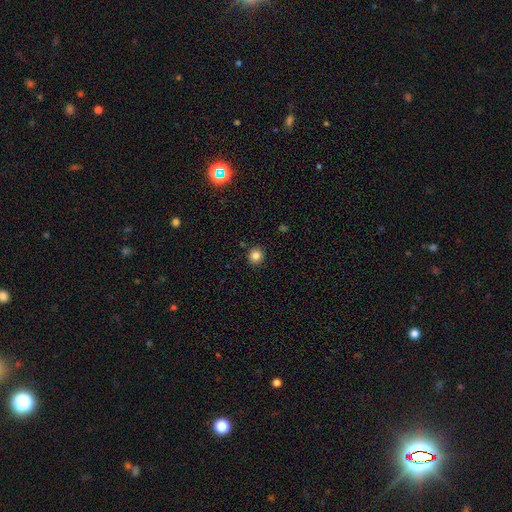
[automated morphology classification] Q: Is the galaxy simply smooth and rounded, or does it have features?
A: smooth — 83%.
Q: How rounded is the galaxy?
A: round — 89%.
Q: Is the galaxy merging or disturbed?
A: none — 91%.